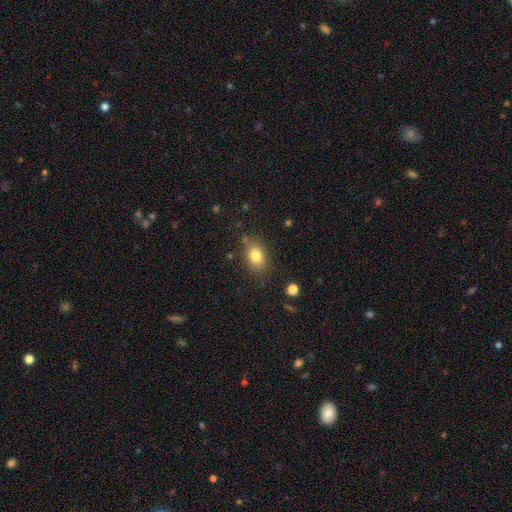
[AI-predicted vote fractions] Morphology: type=smooth (81%); roundness=in between (78%); merging=none (78%).